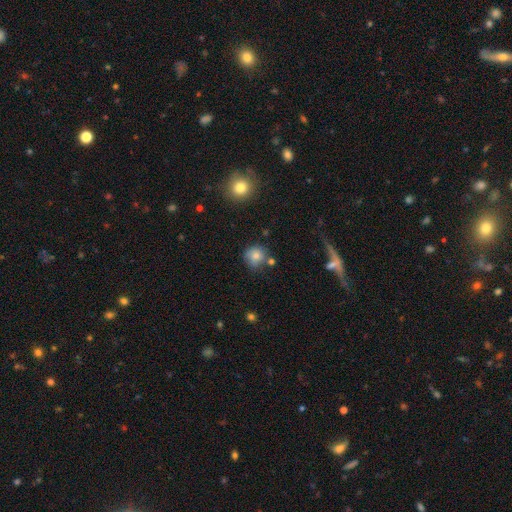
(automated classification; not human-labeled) Smooth or featured?
  - smooth: 78% *
  - star or artifact: 12%
  - featured or disk: 10%
How rounded?
  - round: 88% *
  - in between: 11%
  - cigar-shaped: 1%
Merging?
  - none: 69% *
  - minor disturbance: 17%
  - merger: 10%
  - major disturbance: 5%